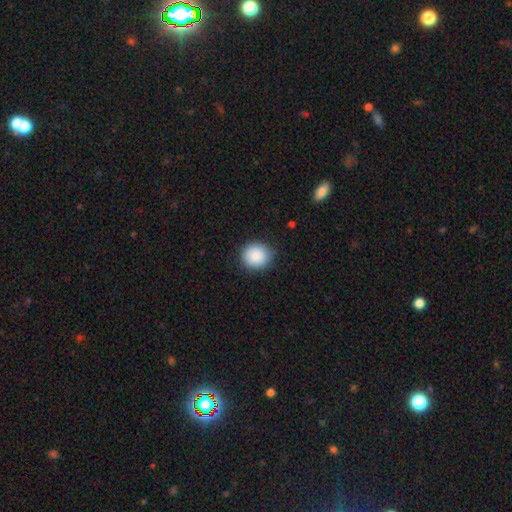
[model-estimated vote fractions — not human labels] smooth_or_featured: smooth (p=0.89) [alt: star or artifact p=0.08]
how_rounded: round (p=0.87) [alt: in between p=0.12]
merging: none (p=0.88) [alt: minor disturbance p=0.09]